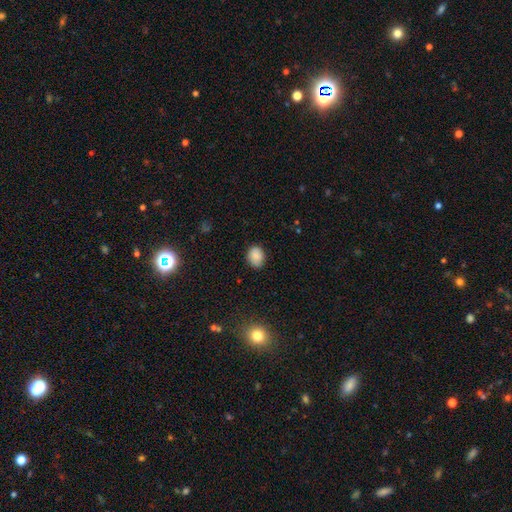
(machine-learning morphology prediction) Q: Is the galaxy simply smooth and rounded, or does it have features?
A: smooth — 86%.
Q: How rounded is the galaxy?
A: in between — 53%.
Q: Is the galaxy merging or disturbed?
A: none — 83%.